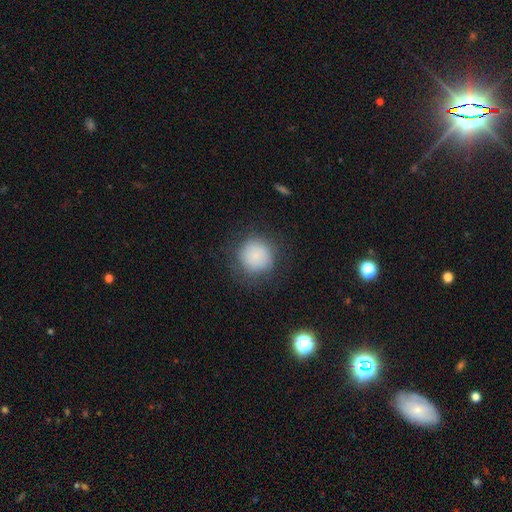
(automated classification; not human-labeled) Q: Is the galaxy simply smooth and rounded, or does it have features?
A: smooth — 82%.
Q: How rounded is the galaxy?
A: round — 94%.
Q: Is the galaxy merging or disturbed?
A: none — 78%.